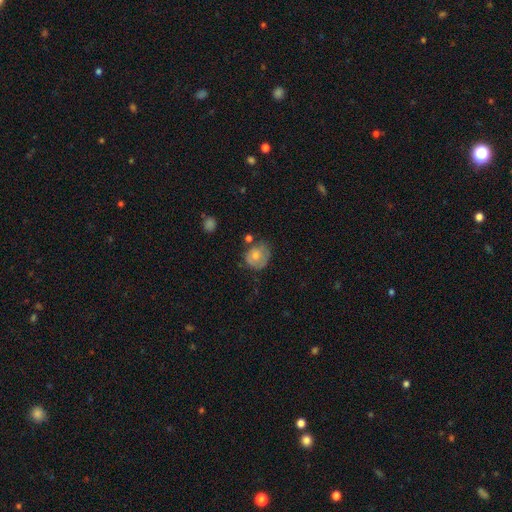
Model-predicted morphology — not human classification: Smooth or featured: smooth — 61% (featured or disk — 31%)
How rounded: round — 70% (in between — 29%)
Merging: none — 48% (minor disturbance — 31%)